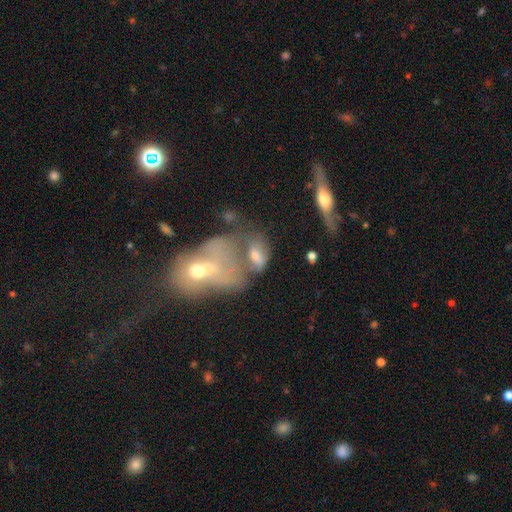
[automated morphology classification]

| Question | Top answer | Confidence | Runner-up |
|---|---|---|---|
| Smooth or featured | smooth | 46% | featured or disk (39%) |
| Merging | merger | 48% | none (22%) |